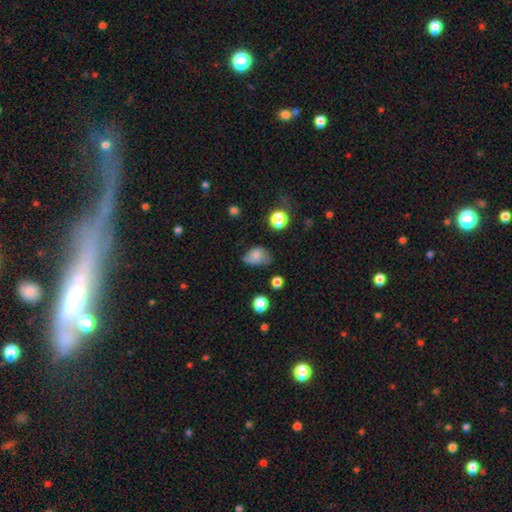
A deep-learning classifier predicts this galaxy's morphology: This appears to be a smooth galaxy with no disk features (71%) that is in between round and cigar-shaped (80%). Merging: none (45%).